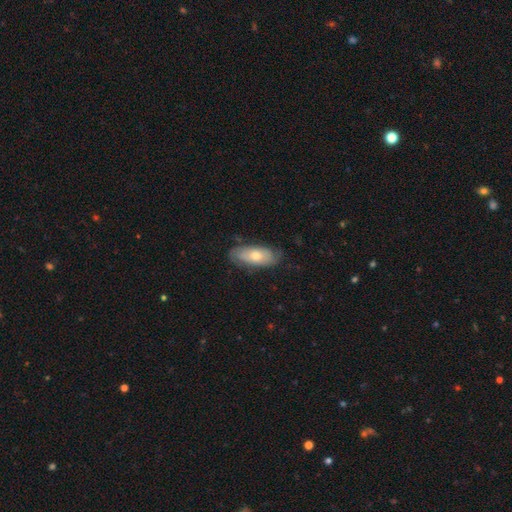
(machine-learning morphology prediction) smooth-or-featured: smooth: 57% | featured or disk: 37% | star or artifact: 6%
  how-rounded: in between: 81% | cigar-shaped: 17% | round: 3%
  merging: none: 74% | minor disturbance: 20% | major disturbance: 4% | merger: 1%